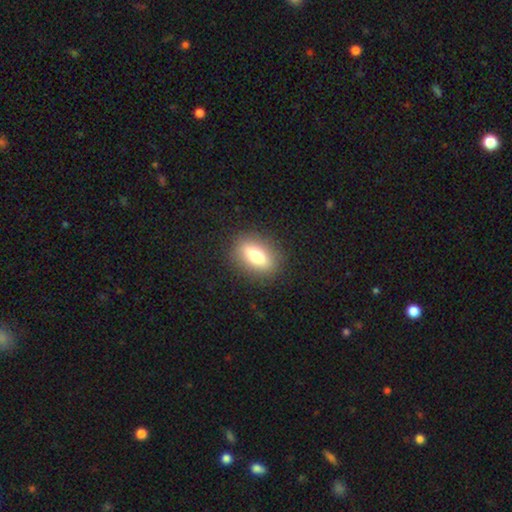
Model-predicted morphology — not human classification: Smooth or featured? smooth (70%)
How rounded? in between (75%)
Merging? none (87%)